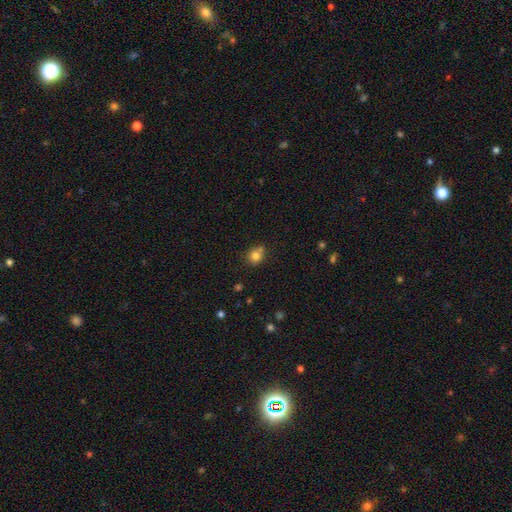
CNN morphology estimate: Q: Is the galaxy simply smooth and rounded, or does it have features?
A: smooth — 80%.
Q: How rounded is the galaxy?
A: round — 78%.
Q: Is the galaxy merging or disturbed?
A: none — 57%.